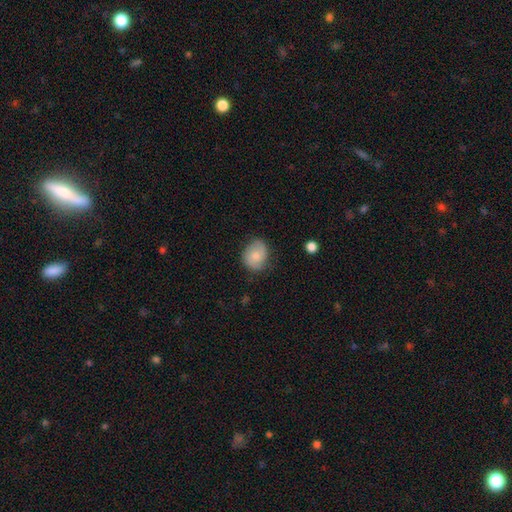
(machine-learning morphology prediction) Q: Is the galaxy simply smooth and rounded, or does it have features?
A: smooth — 67%.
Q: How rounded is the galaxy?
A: round — 55%.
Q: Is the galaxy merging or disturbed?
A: none — 70%.